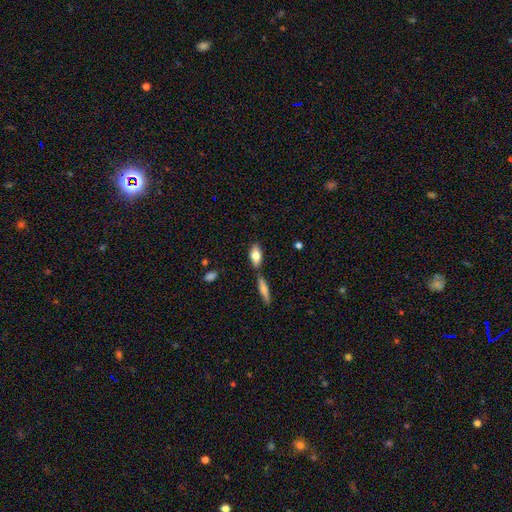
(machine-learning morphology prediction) Smooth or featured: smooth — 75% (featured or disk — 18%)
How rounded: in between — 82% (cigar-shaped — 14%)
Merging: none — 68% (merger — 17%)